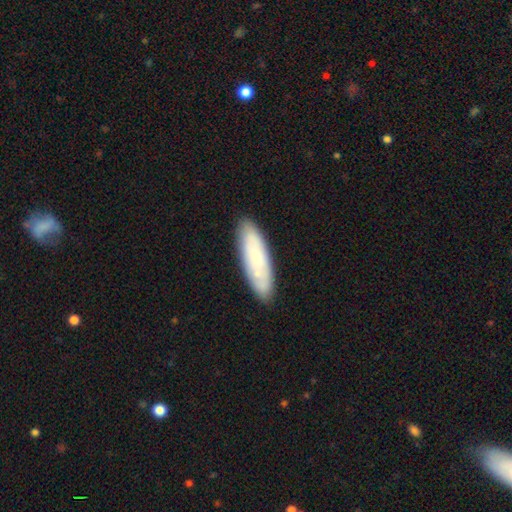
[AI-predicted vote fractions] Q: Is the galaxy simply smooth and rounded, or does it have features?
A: smooth — 70%.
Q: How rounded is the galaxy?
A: cigar-shaped — 55%.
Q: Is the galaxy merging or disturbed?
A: none — 84%.